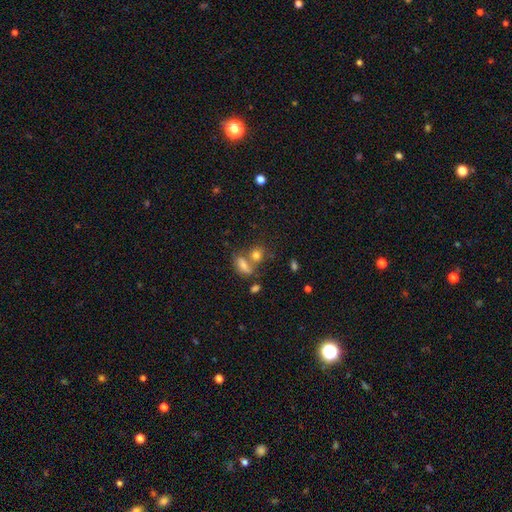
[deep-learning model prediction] A smooth galaxy with no disk features (66%) that is in between round and cigar-shaped (54%).

Vote fractions:
- Smooth or featured? smooth: 66% / star or artifact: 19% / featured or disk: 15%
- How rounded? in between: 54% / round: 39% / cigar-shaped: 8%
- Merging? none: 45% / merger: 39% / minor disturbance: 10% / major disturbance: 5%